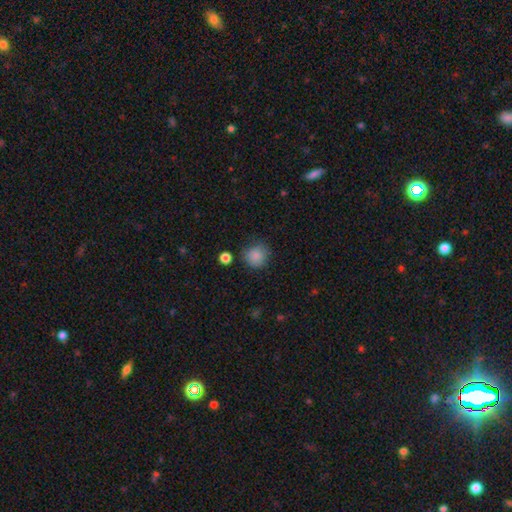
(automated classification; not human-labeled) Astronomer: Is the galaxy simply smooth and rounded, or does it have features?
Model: smooth — 86%.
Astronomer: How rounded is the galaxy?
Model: round — 90%.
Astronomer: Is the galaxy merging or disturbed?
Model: none — 77%.